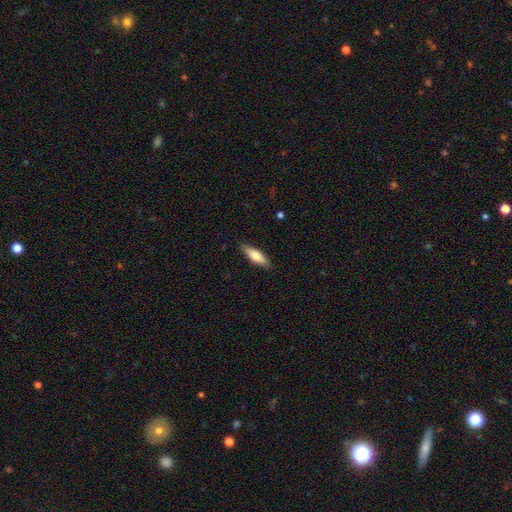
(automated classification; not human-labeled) Smooth or featured?
  - smooth: 71% *
  - featured or disk: 24%
  - star or artifact: 6%
How rounded?
  - cigar-shaped: 49% * (tied)
  - in between: 49% * (tied)
  - round: 2%
Merging?
  - none: 87% *
  - minor disturbance: 10%
  - major disturbance: 2%
  - merger: 1%